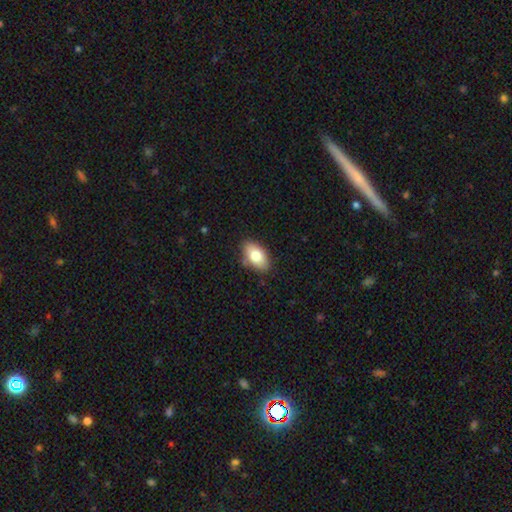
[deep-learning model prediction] smooth_or_featured: smooth (p=0.77) [alt: featured or disk p=0.16]
how_rounded: in between (p=0.92) [alt: round p=0.05]
merging: none (p=0.83) [alt: minor disturbance p=0.13]